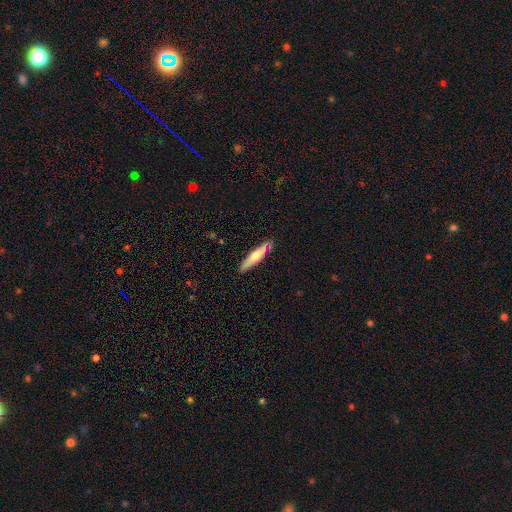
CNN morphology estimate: The model was most divided on "smooth or featured": smooth: 49%, featured or disk: 46%, star or artifact: 6%. More confident: merging — none (84%).